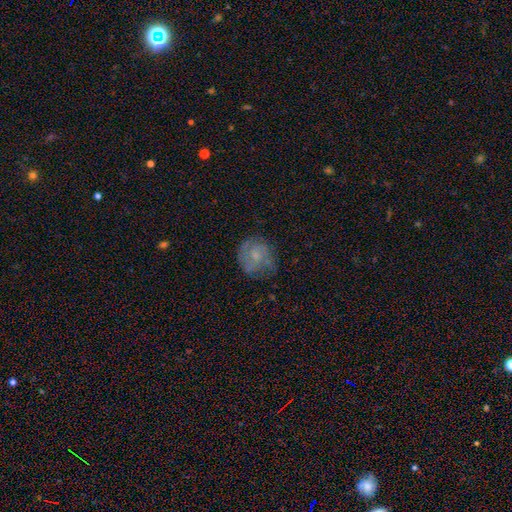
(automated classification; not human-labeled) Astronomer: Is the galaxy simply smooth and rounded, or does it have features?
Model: featured or disk — 56% (runner-up: smooth, 35%).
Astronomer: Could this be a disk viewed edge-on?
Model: no — 98%.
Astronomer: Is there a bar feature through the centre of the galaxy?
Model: no — 68%.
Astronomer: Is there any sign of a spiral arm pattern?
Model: yes — 80%.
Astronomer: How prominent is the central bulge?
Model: small — 49% (runner-up: moderate, 31%).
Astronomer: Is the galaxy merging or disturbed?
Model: none — 61%.